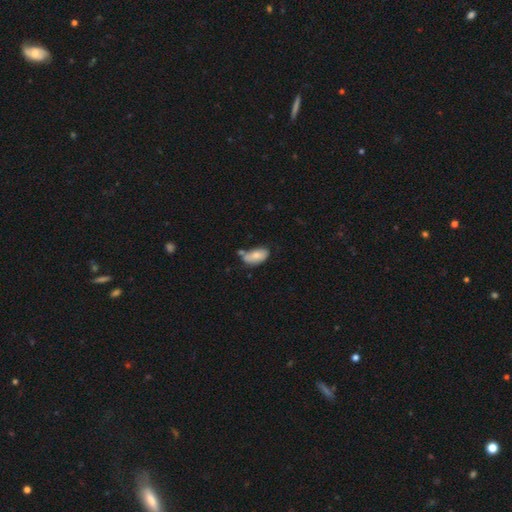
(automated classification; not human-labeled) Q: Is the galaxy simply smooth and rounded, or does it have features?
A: smooth — 74%.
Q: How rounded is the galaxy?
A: in between — 93%.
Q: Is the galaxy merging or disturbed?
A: none — 50%.